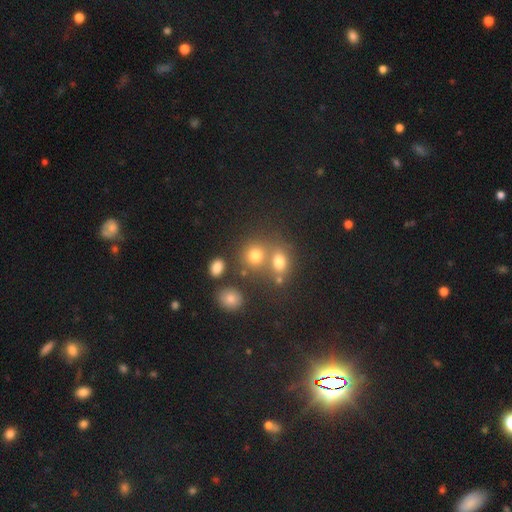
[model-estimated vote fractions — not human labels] smooth-or-featured: smooth: 63% | star or artifact: 24% | featured or disk: 13%
  how-rounded: round: 73% | in between: 25% | cigar-shaped: 1%
  merging: none: 47% | merger: 40% | minor disturbance: 8% | major disturbance: 5%